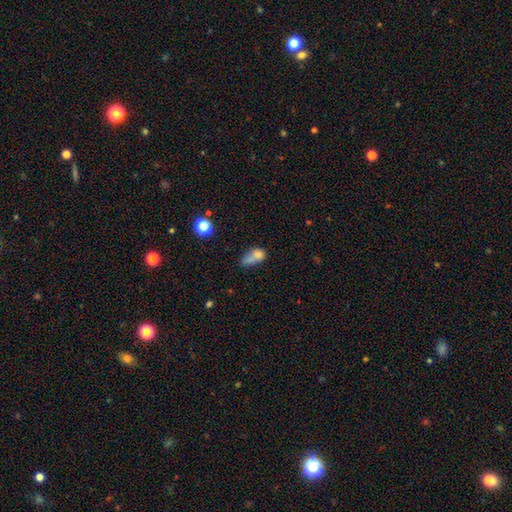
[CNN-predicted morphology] Overall: smooth (70%). How rounded: in between (72%). Merging: merger (38%; none 24%).